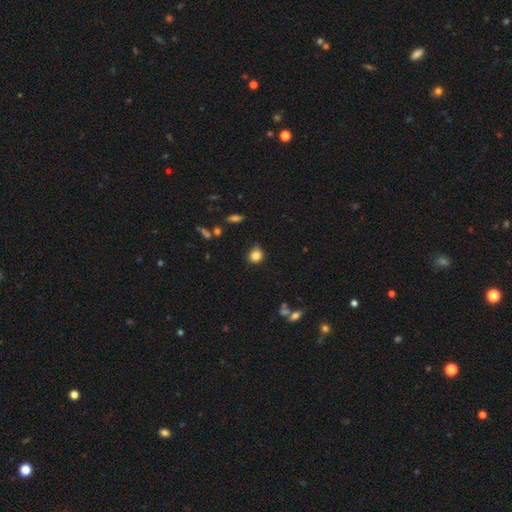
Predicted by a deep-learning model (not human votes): smooth 83%, star or artifact 11%, featured or disk 5%. Down the decision tree: how rounded — round (85%); merging — none (80%).